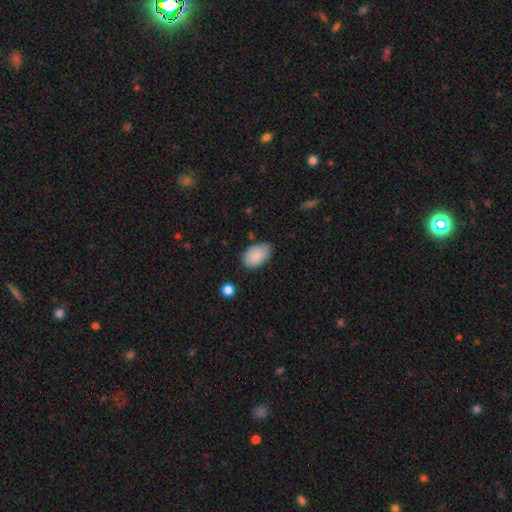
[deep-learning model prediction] A smooth galaxy with no disk features (86%) that is in between round and cigar-shaped (90%).

Vote fractions:
- Smooth or featured? smooth: 86% / featured or disk: 8% / star or artifact: 7%
- How rounded? in between: 90% / round: 9% / cigar-shaped: 1%
- Merging? none: 65% / minor disturbance: 28% / major disturbance: 4% / merger: 2%